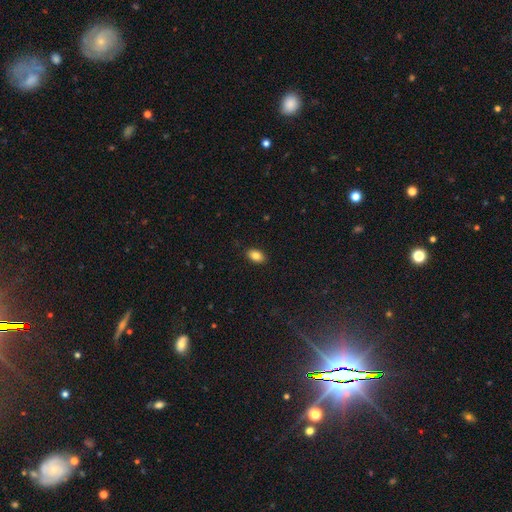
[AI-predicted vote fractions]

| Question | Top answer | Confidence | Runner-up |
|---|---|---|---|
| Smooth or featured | smooth | 85% | star or artifact (8%) |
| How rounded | in between | 91% | round (8%) |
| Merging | none | 89% | minor disturbance (8%) |